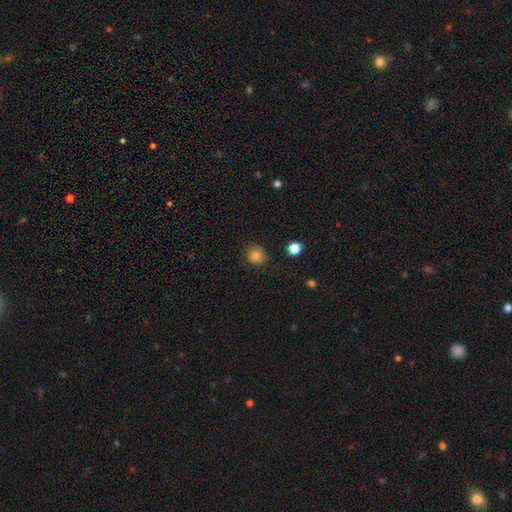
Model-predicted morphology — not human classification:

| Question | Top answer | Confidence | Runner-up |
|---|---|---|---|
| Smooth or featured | smooth | 81% | star or artifact (12%) |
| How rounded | round | 87% | in between (12%) |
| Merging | none | 89% | minor disturbance (8%) |